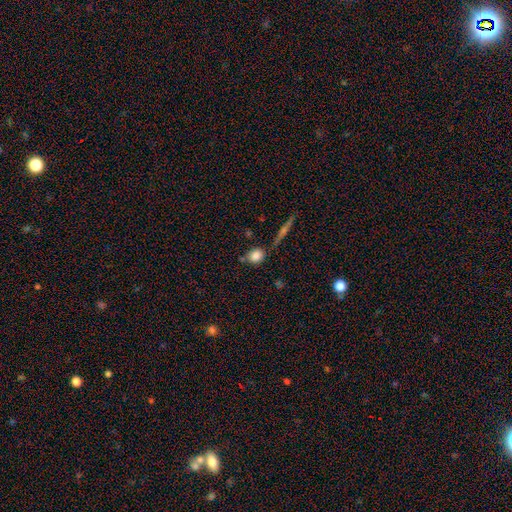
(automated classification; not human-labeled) smooth 81%, star or artifact 10%, featured or disk 9%. Down the decision tree: how rounded — round (68%); merging — none (67%).